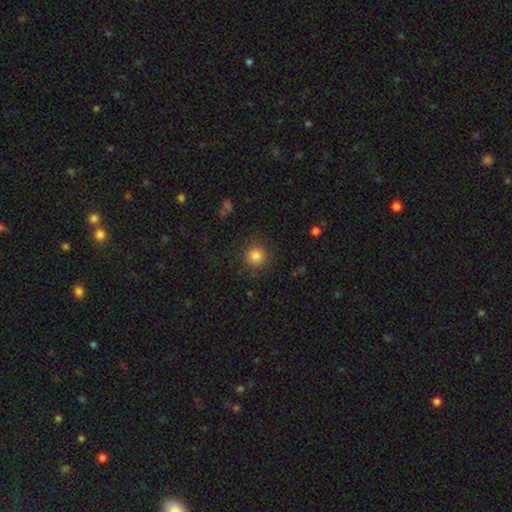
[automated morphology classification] smooth 83%, star or artifact 12%, featured or disk 6%. Down the decision tree: how rounded — round (93%); merging — none (84%).